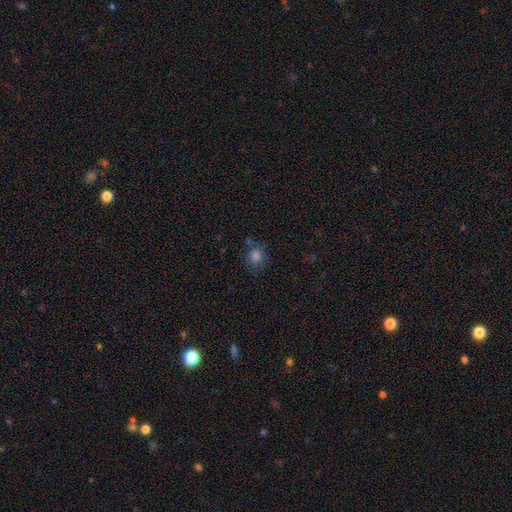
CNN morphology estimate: Smooth or featured? Predicted: smooth (p=0.79). How rounded? Predicted: round (p=0.79). Merging? Predicted: none (p=0.71).